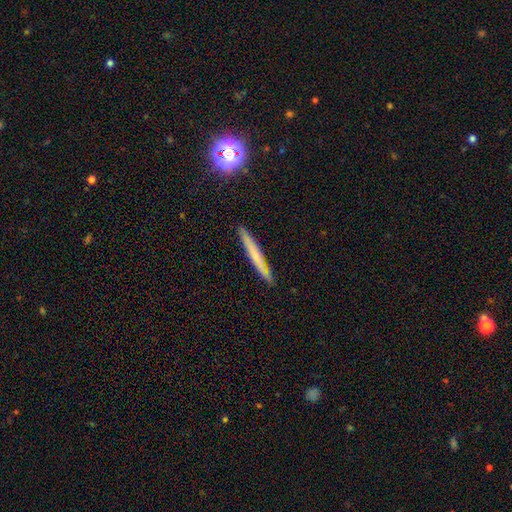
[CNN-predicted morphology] smooth-or-featured: smooth: 54% | featured or disk: 37% | star or artifact: 9%
  how-rounded: cigar-shaped: 96% | in between: 3% | round: 2%
  merging: none: 90% | minor disturbance: 7% | major disturbance: 1% | merger: 1%